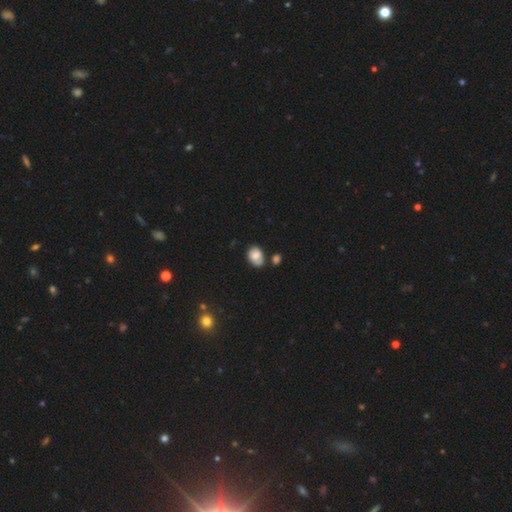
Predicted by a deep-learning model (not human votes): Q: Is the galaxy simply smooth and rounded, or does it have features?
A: smooth — 84%.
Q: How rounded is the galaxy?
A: in between — 80%.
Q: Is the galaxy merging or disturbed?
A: none — 60%.